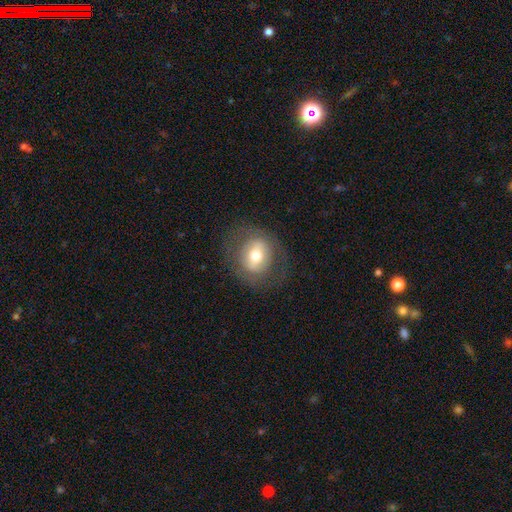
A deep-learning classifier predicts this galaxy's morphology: Smooth or featured? Predicted: smooth (p=0.53). How rounded? Predicted: round (p=0.72). Merging? Predicted: none (p=0.79).